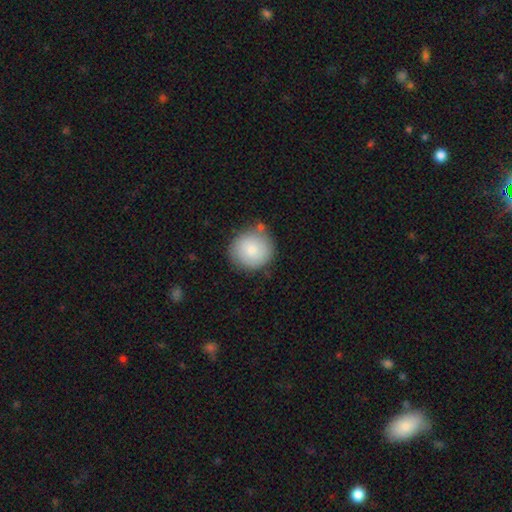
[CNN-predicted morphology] The model was most divided on "merging": none: 78%, minor disturbance: 14%, merger: 4%, major disturbance: 4%. More confident: how rounded — round (92%); smooth or featured — smooth (80%).